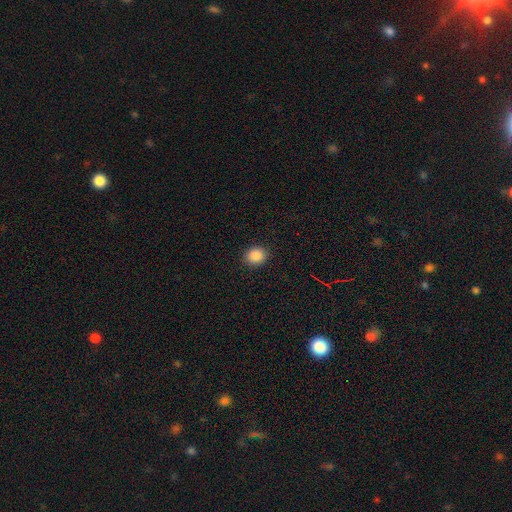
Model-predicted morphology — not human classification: Smooth or featured? smooth (88%)
How rounded? round (68%)
Merging? none (90%)